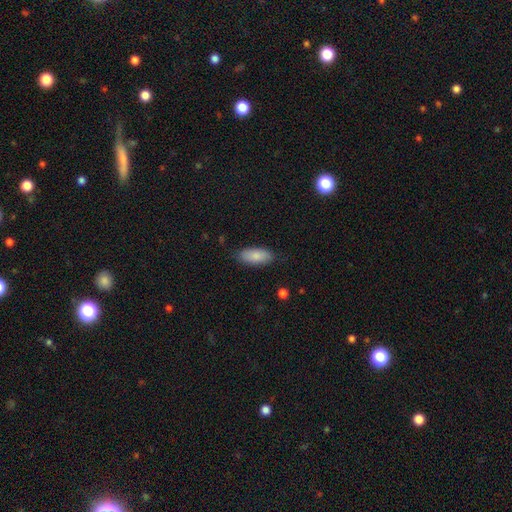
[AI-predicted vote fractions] A smooth galaxy with no disk features (85%) that is in between round and cigar-shaped (88%).

Vote fractions:
- Smooth or featured? smooth: 85% / featured or disk: 9% / star or artifact: 6%
- How rounded? in between: 88% / cigar-shaped: 10% / round: 2%
- Merging? none: 82% / minor disturbance: 14% / major disturbance: 3% / merger: 1%